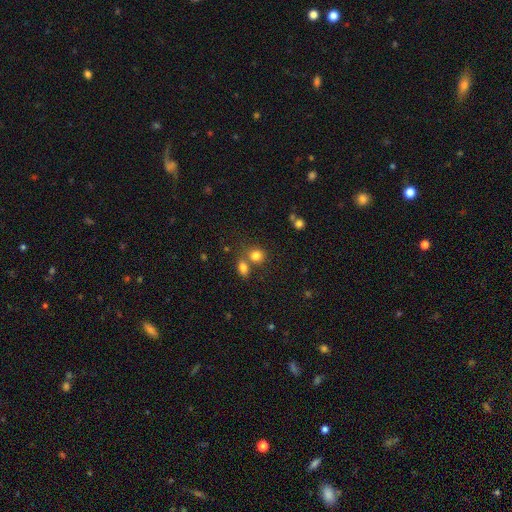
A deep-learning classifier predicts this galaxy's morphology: This is clearly a smooth galaxy (80%). How rounded: likely round (67%). Merging: possibly none (51%).